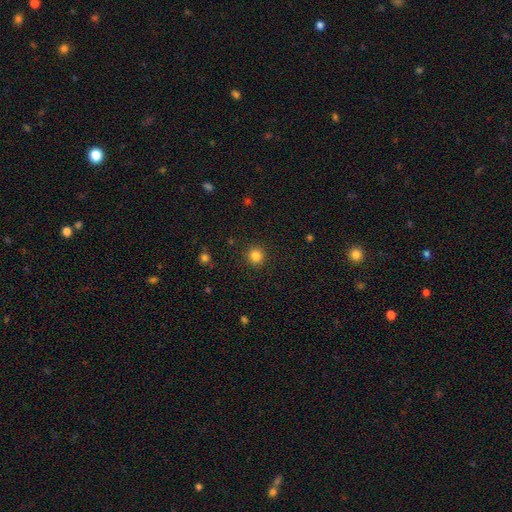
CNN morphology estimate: The model was most divided on "smooth or featured": smooth: 84%, star or artifact: 12%, featured or disk: 4%. More confident: how rounded — round (92%); merging — none (91%).